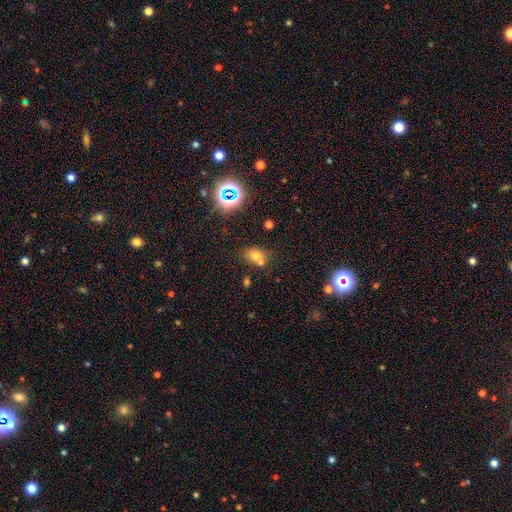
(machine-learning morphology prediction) This appears to be a smooth galaxy with no disk features (65%) that is in between round and cigar-shaped (62%). Merging: none (51%).